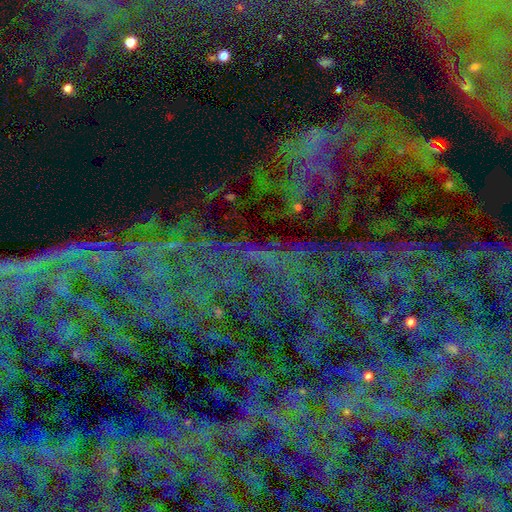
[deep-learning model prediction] Smooth or featured?
  - star or artifact: 80% *
  - featured or disk: 11%
  - smooth: 10%